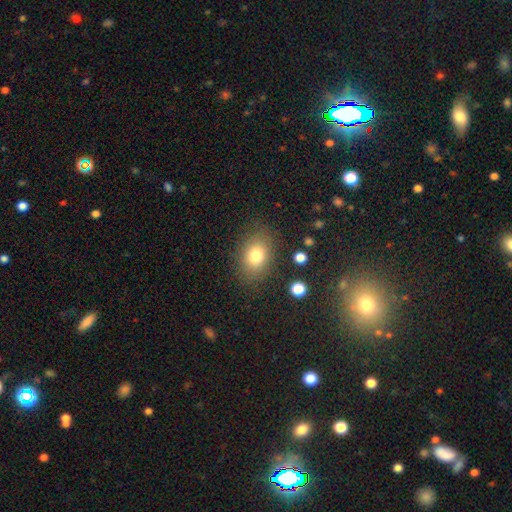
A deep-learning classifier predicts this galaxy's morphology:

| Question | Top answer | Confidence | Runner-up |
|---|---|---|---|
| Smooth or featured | smooth | 79% | featured or disk (11%) |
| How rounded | in between | 74% | round (25%) |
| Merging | none | 82% | minor disturbance (12%) |